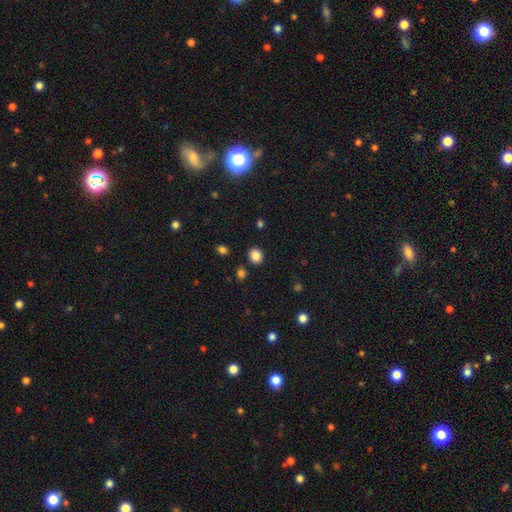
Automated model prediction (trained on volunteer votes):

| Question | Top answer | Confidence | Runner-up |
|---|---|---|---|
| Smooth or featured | smooth | 86% | star or artifact (11%) |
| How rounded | round | 73% | in between (27%) |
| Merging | none | 87% | minor disturbance (7%) |